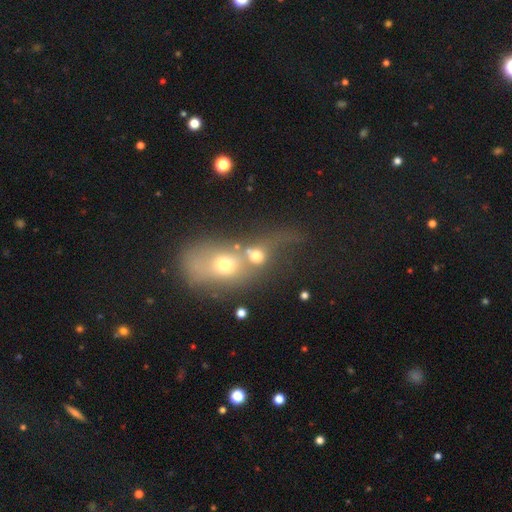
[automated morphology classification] Smooth or featured? smooth (59%)
How rounded? round (55%)
Merging? merger (59%)